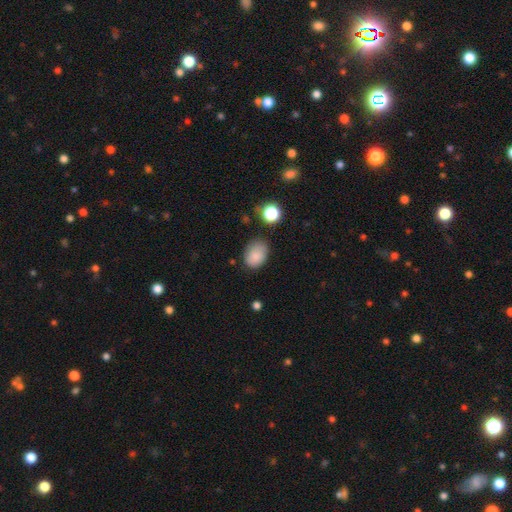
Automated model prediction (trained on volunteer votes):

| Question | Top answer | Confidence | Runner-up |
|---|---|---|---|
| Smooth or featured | smooth | 84% | star or artifact (9%) |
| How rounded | in between | 73% | round (26%) |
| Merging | none | 69% | minor disturbance (23%) |